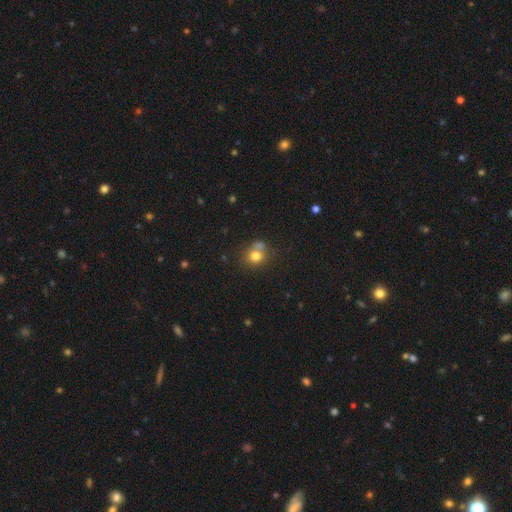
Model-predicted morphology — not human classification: Overall: smooth (77%). How rounded: round (77%). Merging: none (53%; merger 22%).